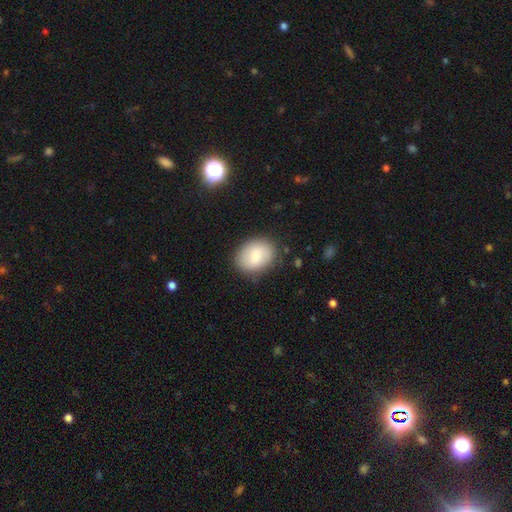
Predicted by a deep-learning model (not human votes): Morphology: type=smooth (73%); roundness=in between (58%); merging=none (82%).